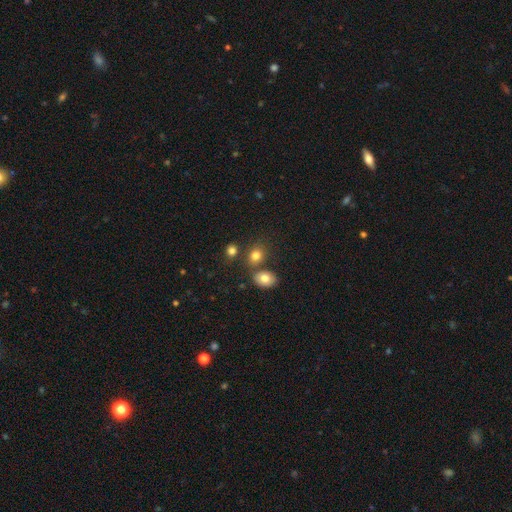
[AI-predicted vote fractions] smooth-or-featured: smooth: 79% | star or artifact: 12% | featured or disk: 9%
  how-rounded: round: 53% | in between: 46% | cigar-shaped: 1%
  merging: none: 66% | merger: 20% | minor disturbance: 11% | major disturbance: 4%